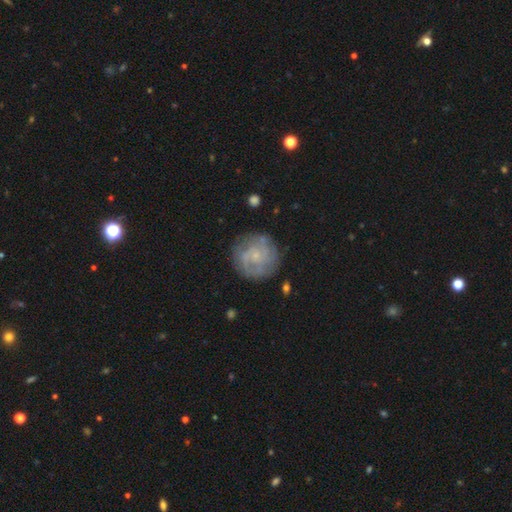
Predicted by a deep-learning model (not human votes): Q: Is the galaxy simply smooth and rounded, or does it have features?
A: featured or disk — 68%.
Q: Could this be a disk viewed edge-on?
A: no — 98%.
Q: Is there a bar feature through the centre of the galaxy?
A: no — 74%.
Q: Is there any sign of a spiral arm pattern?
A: yes — 82%.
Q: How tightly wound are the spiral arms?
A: tight — 56%.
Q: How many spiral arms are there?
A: can't tell — 41%.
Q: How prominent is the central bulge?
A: small — 72%.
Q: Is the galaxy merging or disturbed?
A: none — 76%.